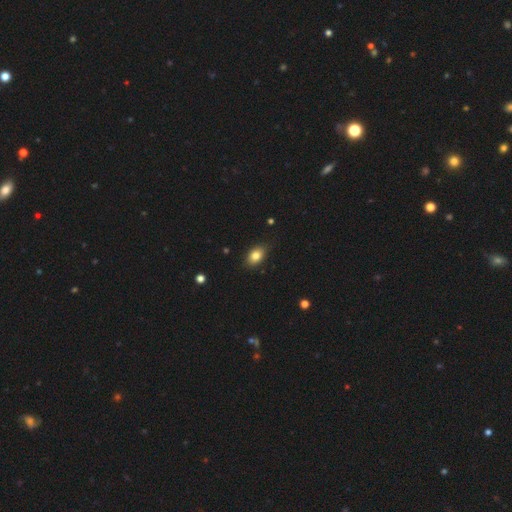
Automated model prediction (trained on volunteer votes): This is clearly a smooth galaxy (82%). How rounded: clearly in between (84%). Merging: clearly none (82%).